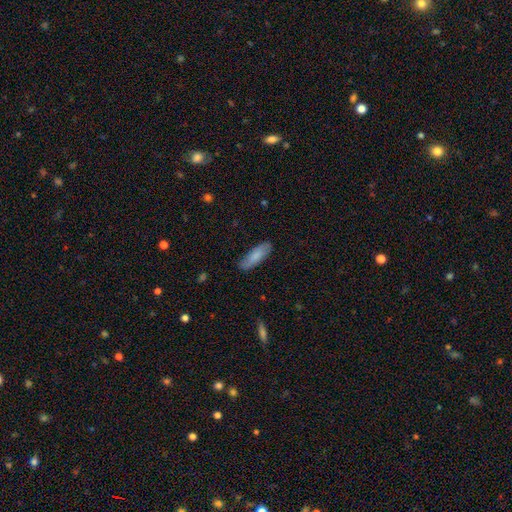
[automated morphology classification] This is clearly a smooth galaxy (81%). How rounded: possibly in between (52%). Merging: clearly none (83%).